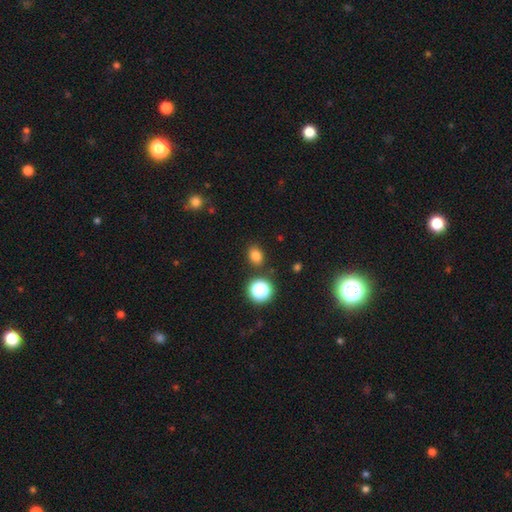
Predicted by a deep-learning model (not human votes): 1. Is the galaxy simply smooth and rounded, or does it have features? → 79% smooth, 16% star or artifact, 5% featured or disk.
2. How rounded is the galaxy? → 53% in between, 46% round, 1% cigar-shaped.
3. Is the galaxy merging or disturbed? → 85% none, 9% minor disturbance, 4% merger, 3% major disturbance.